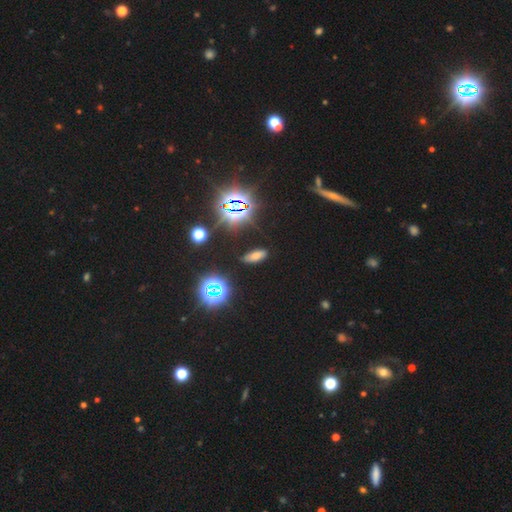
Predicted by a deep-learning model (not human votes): smooth_or_featured: smooth (p=0.57) [alt: star or artifact p=0.34]
how_rounded: in between (p=0.73) [alt: cigar-shaped p=0.21]
merging: none (p=0.84) [alt: minor disturbance p=0.10]